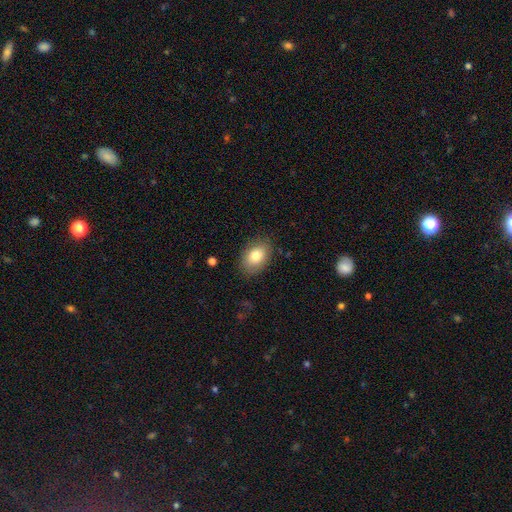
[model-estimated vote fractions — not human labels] smooth 80%, featured or disk 12%, star or artifact 8%. Down the decision tree: how rounded — in between (85%); merging — none (83%).